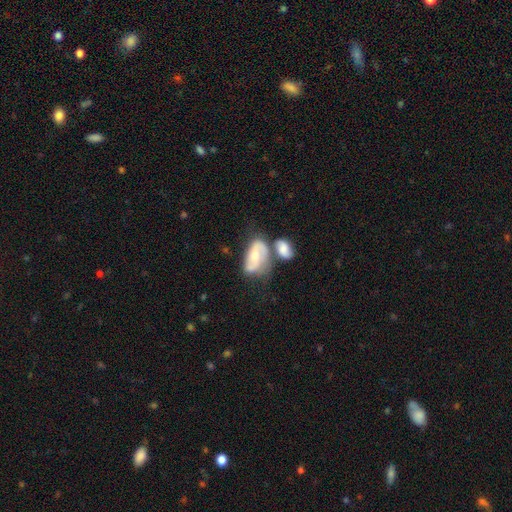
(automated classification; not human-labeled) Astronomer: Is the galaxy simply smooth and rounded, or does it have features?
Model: featured or disk — 61%.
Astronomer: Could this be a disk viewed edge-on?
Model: no — 95%.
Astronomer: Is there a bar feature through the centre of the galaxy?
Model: no — 51% (runner-up: weak, 36%).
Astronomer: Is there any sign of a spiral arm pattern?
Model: yes — 85%.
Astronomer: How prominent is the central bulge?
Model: moderate — 55% (runner-up: small, 33%).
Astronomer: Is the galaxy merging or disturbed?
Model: merger — 41% (runner-up: none, 30%).